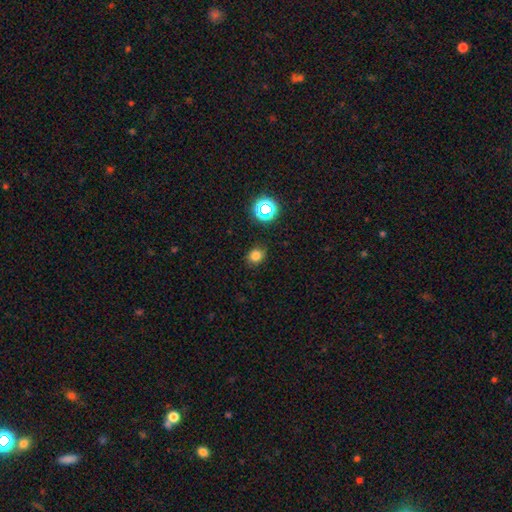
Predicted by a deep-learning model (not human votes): A smooth galaxy with no disk features (76%) that is round (65%). Merging: none (81%).